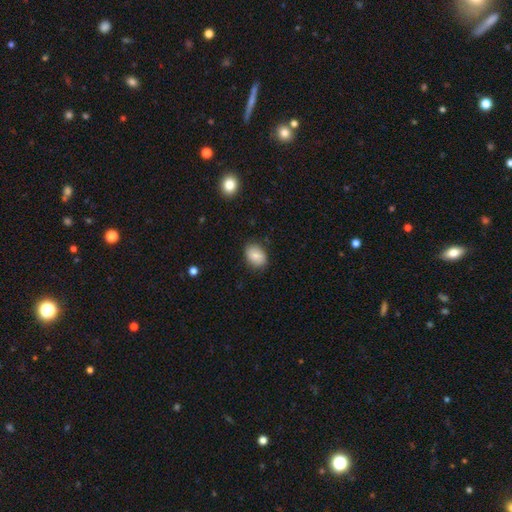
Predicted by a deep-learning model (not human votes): Q: Smooth or featured?
A: smooth (84%); runner-up: featured or disk (8%)
Q: How rounded?
A: in between (71%); runner-up: round (28%)
Q: Merging?
A: none (83%); runner-up: minor disturbance (13%)